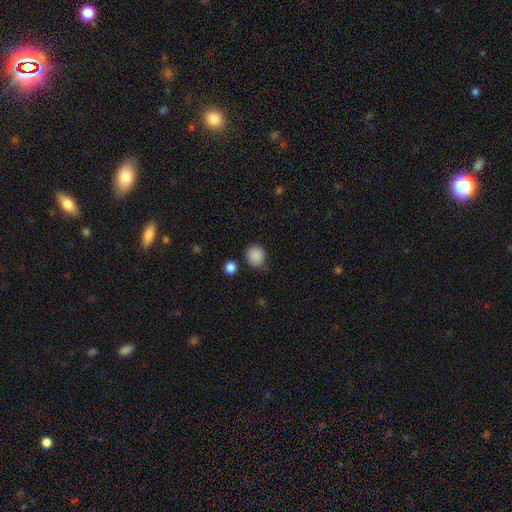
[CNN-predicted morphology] Smooth or featured: smooth — 87% (star or artifact — 10%)
How rounded: round — 83% (in between — 16%)
Merging: none — 77% (minor disturbance — 15%)